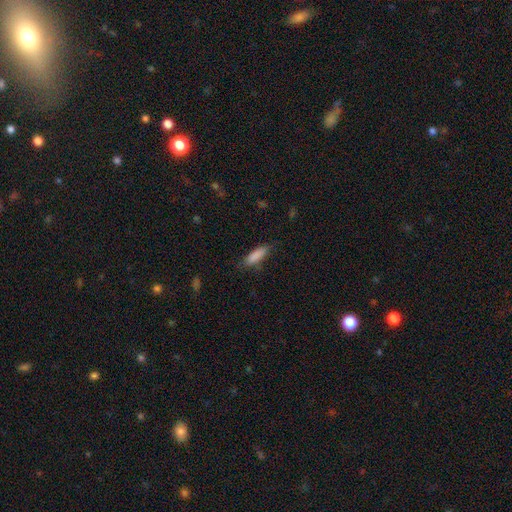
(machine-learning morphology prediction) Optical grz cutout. It shows a smooth galaxy with no disk features (86%) that is cigar-shaped (52%). Merging: none (76%).